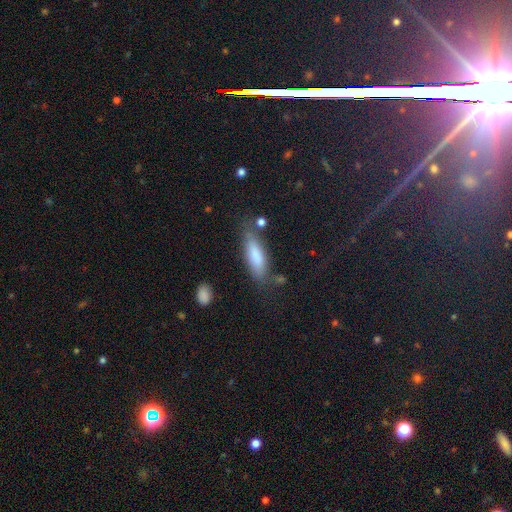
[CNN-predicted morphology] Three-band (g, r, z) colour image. It shows a smooth galaxy with no disk features (78%) that is cigar-shaped (53%). Merging: none (69%).